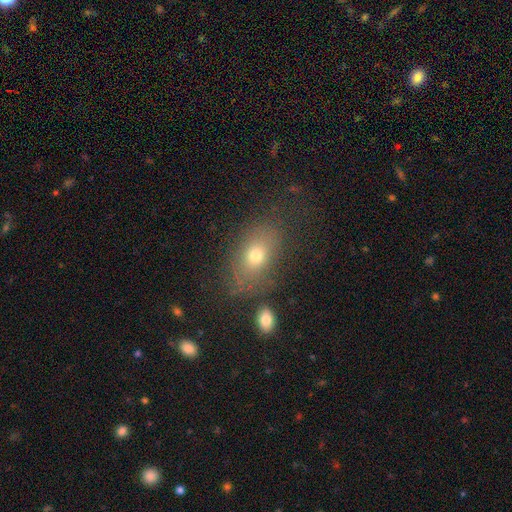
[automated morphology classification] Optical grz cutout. It shows a smooth galaxy with no disk features (68%) that is in between round and cigar-shaped (81%). Merging: none (69%).